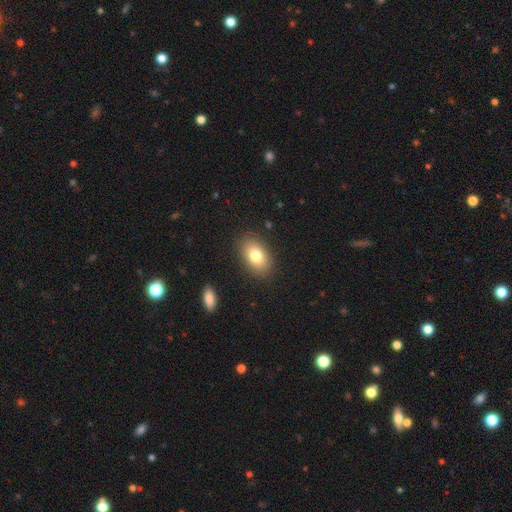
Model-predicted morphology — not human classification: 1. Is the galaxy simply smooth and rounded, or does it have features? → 79% smooth, 13% featured or disk, 8% star or artifact.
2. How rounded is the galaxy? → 87% in between, 11% round, 1% cigar-shaped.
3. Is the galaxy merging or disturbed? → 86% none, 10% minor disturbance, 3% major disturbance, 1% merger.